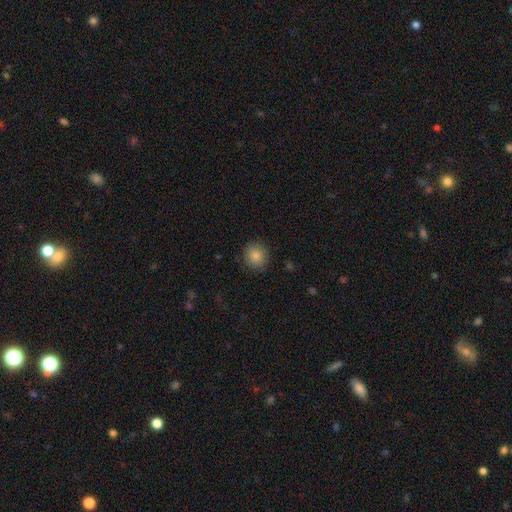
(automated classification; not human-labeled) This is clearly a smooth galaxy (85%). How rounded: clearly round (90%). Merging: clearly none (89%).